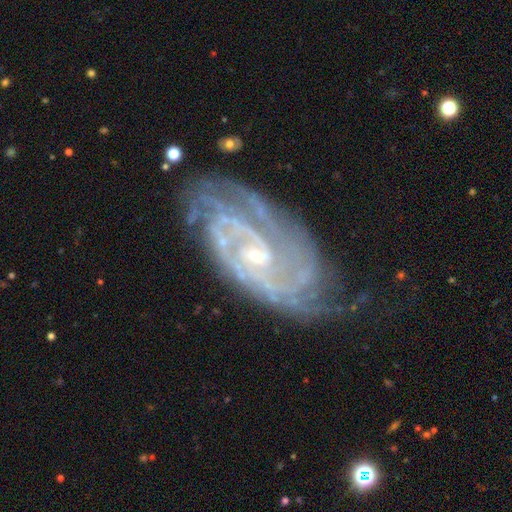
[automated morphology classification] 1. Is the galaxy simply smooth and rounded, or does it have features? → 90% featured or disk, 6% star or artifact, 4% smooth.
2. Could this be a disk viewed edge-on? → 95% no, 5% yes.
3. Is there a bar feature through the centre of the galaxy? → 54% no, 35% weak, 11% strong.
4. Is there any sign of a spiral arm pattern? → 98% yes, 2% no.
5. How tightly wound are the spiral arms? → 73% tight, 23% medium, 4% loose.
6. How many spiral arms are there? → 24% can't tell, 22% 3, 21% 2, 17% 4, 9% more than 4, 7% 1.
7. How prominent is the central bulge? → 65% small, 30% moderate, 2% none, 1% large, 1% dominant.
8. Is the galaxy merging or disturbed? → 67% none, 22% minor disturbance, 9% major disturbance, 2% merger.